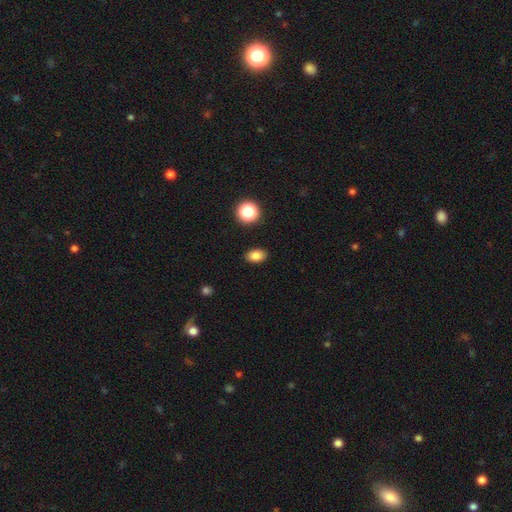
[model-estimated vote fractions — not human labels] A smooth galaxy with no disk features (83%) that is in between round and cigar-shaped (84%). Merging: none (88%).